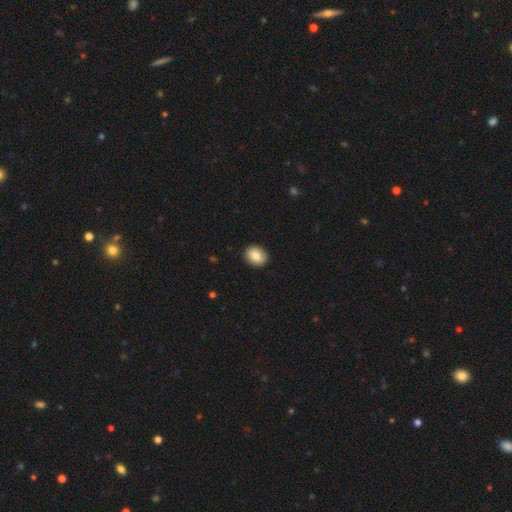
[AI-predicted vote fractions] smooth_or_featured: smooth (p=0.84) [alt: featured or disk p=0.09]
how_rounded: in between (p=0.53) [alt: round p=0.46]
merging: none (p=0.90) [alt: minor disturbance p=0.07]